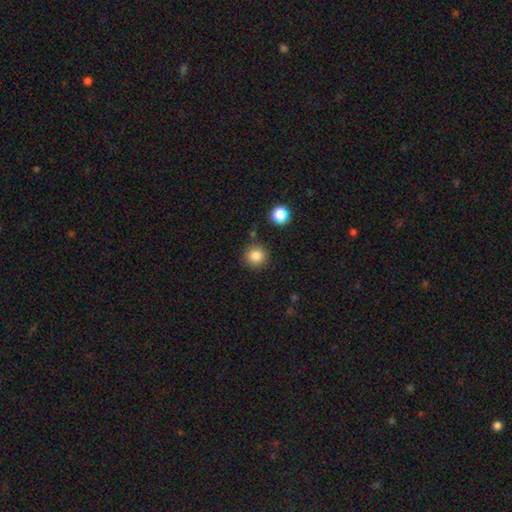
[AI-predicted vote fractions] Morphology: type=smooth (84%); roundness=round (94%); merging=none (87%).